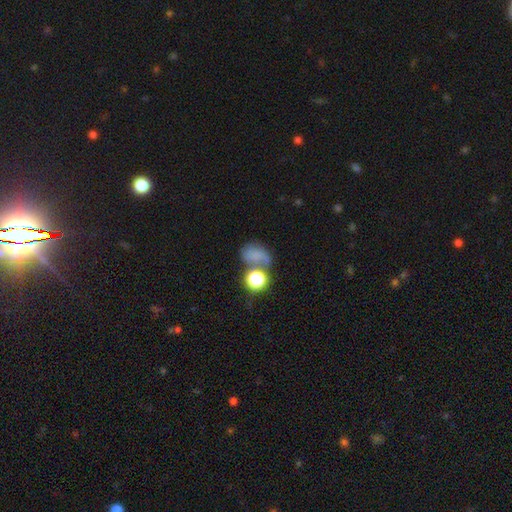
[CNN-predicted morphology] Overall: smooth (58%; star or artifact 22%). How rounded: in between (58%; round 41%). Merging: none (34%; merger 24%).